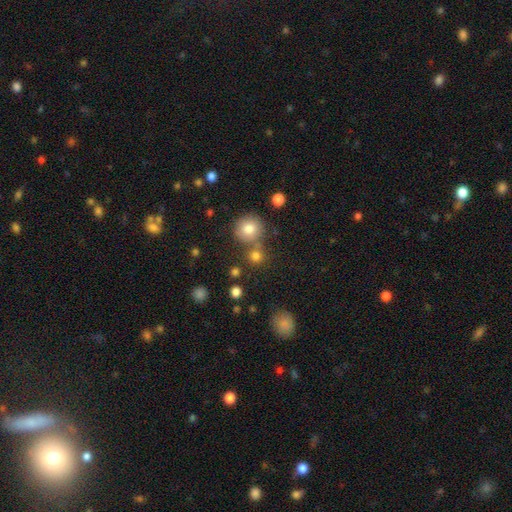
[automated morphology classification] Overall: smooth (79%). How rounded: round (90%). Merging: none (64%).